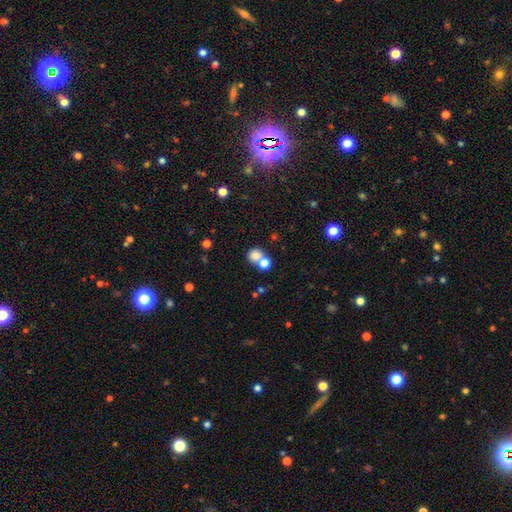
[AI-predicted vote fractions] This is likely a smooth galaxy (79%). How rounded: likely round (77%). Merging: possibly merger (46%).